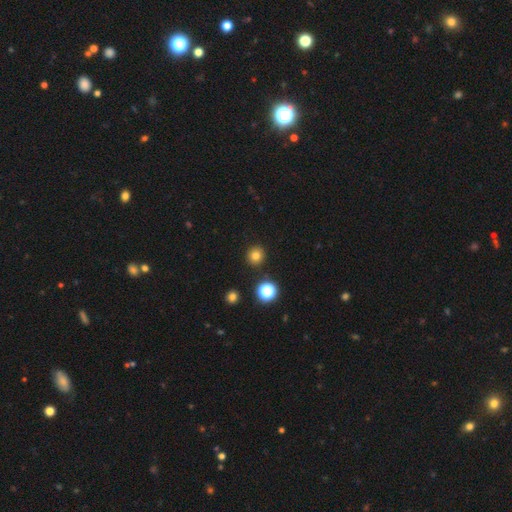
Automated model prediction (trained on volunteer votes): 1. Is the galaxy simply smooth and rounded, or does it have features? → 79% smooth, 15% star or artifact, 5% featured or disk.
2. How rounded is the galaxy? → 93% round, 6% in between, 1% cigar-shaped.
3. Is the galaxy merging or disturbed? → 91% none, 5% minor disturbance, 2% merger, 2% major disturbance.